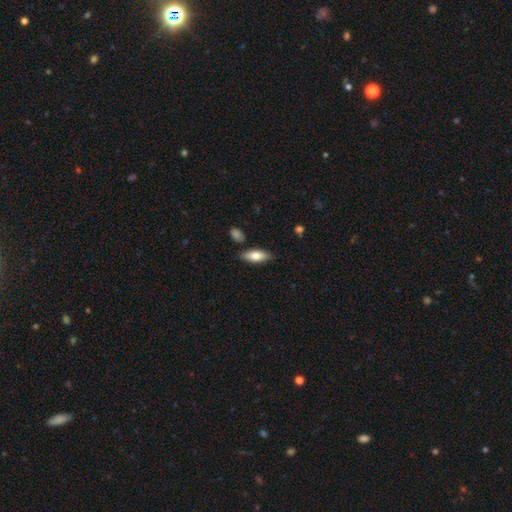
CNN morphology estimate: smooth_or_featured: smooth (p=0.72) [alt: featured or disk p=0.22]
how_rounded: in between (p=0.69) [alt: cigar-shaped p=0.28]
merging: none (p=0.83) [alt: minor disturbance p=0.12]